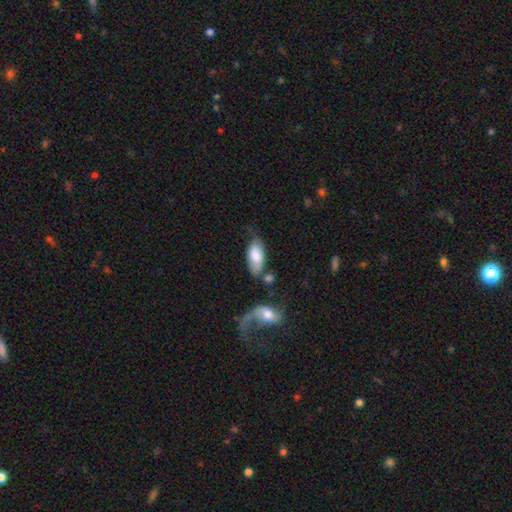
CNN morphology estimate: Smooth or featured?
  - smooth: 79% *
  - featured or disk: 16%
  - star or artifact: 5%
How rounded?
  - in between: 91% *
  - cigar-shaped: 7%
  - round: 2%
Merging?
  - none: 48% *
  - minor disturbance: 25%
  - merger: 15%
  - major disturbance: 12%